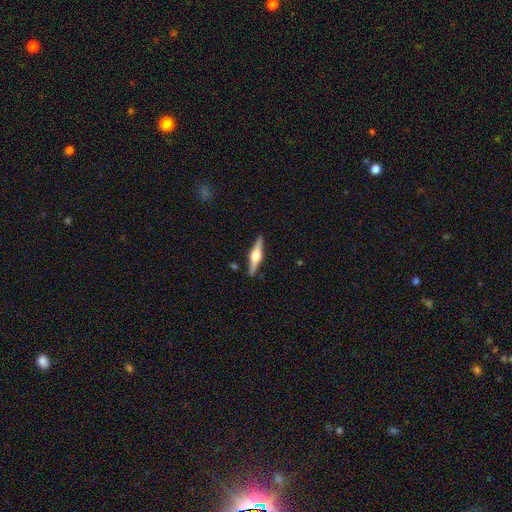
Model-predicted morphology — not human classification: featured or disk 72%, smooth 23%, star or artifact 5%. Down the decision tree: edge-on disk — yes (98%); edge-on bulge — rounded (94%); merging — none (90%).